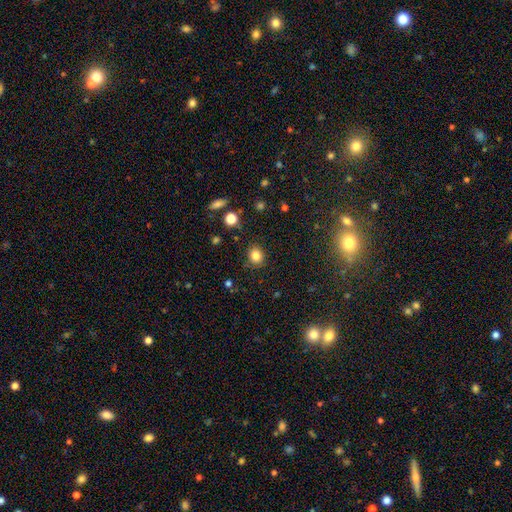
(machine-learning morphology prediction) Smooth or featured?
  - smooth: 83% *
  - star or artifact: 12%
  - featured or disk: 5%
How rounded?
  - round: 70% *
  - in between: 29%
  - cigar-shaped: 1%
Merging?
  - none: 85% *
  - minor disturbance: 10%
  - major disturbance: 3%
  - merger: 2%